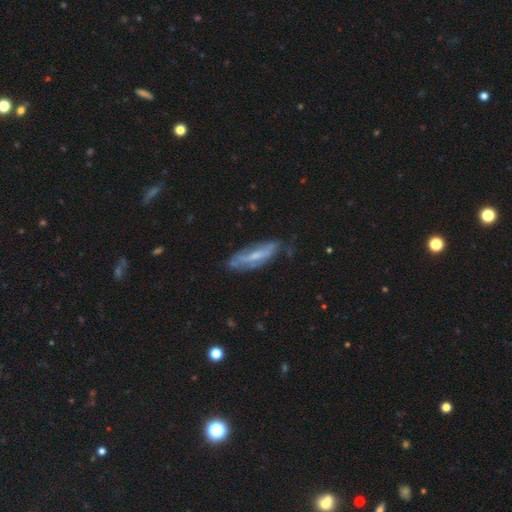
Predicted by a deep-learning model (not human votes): The model was most divided on "edge-on disk": no: 64%, yes: 36%. More confident: smooth or featured — featured or disk (63%); merging — none (59%).